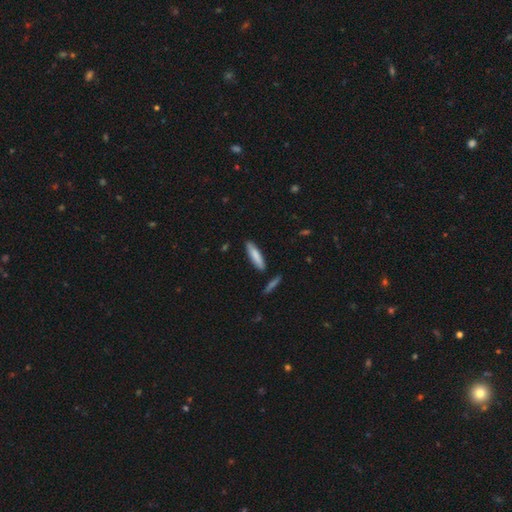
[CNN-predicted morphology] smooth-or-featured: smooth: 80% | featured or disk: 14% | star or artifact: 6%
  how-rounded: cigar-shaped: 76% | in between: 22% | round: 1%
  merging: none: 84% | minor disturbance: 11% | merger: 3% | major disturbance: 2%